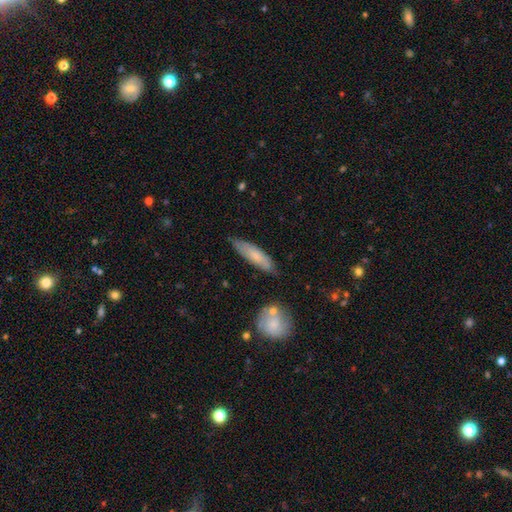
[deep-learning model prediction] smooth_or_featured: smooth (p=0.67) [alt: featured or disk p=0.27]
how_rounded: cigar-shaped (p=0.68) [alt: in between p=0.30]
merging: none (p=0.74) [alt: minor disturbance p=0.20]